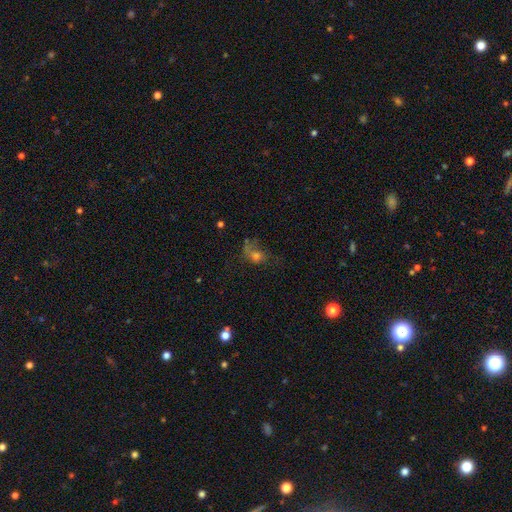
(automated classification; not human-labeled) Smooth or featured? smooth (52%)
How rounded? round (50%)
Merging? none (37%)